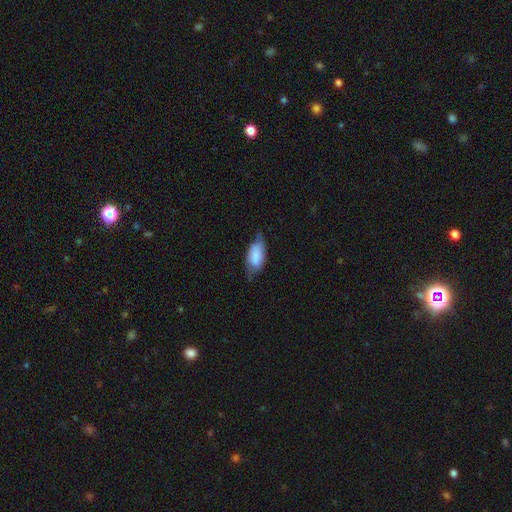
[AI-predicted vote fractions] smooth-or-featured: smooth: 70% | featured or disk: 24% | star or artifact: 7%
  how-rounded: in between: 89% | cigar-shaped: 8% | round: 3%
  merging: none: 51% | minor disturbance: 36% | major disturbance: 12% | merger: 2%